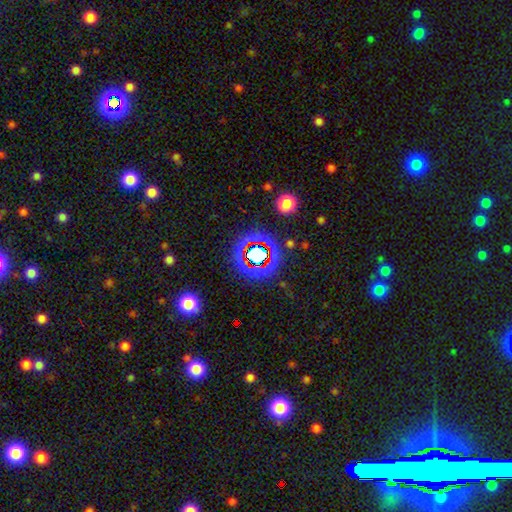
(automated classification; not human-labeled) The model was most divided on "smooth or featured": star or artifact: 68%, smooth: 20%, featured or disk: 12%.